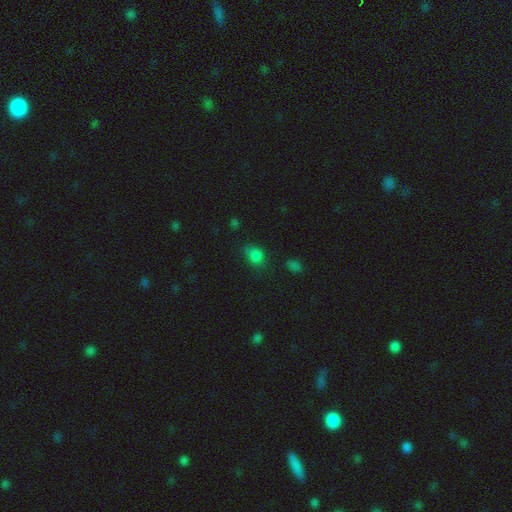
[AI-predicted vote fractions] This appears to be a smooth galaxy with no disk features (80%) that is in between round and cigar-shaped (54%). Merging: none (63%).